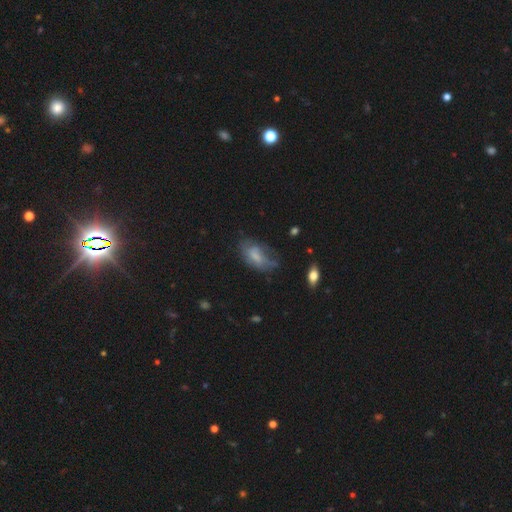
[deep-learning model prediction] This is possibly a smooth galaxy (56%). How rounded: clearly in between (88%). Merging: marginally none (40%).